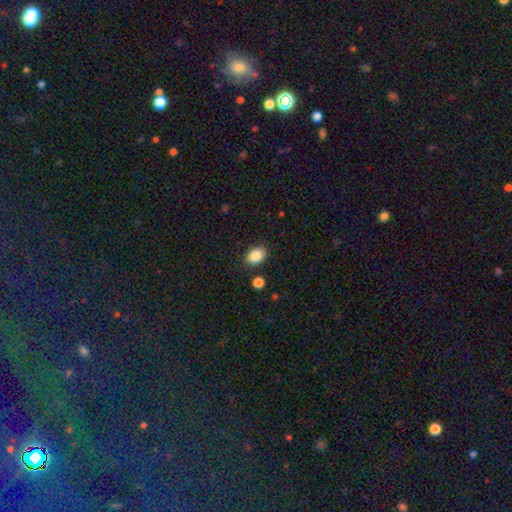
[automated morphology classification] The model was most divided on "how rounded": in between: 74%, round: 25%, cigar-shaped: 1%. More confident: smooth or featured — smooth (87%); merging — none (85%).